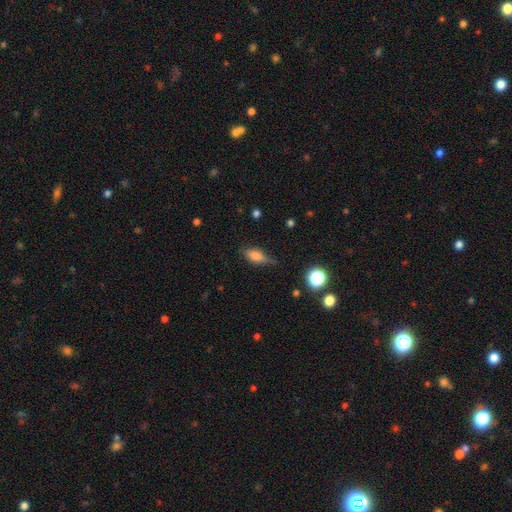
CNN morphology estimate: Overall: smooth (63%; featured or disk 27%). How rounded: in between (72%). Merging: none (62%; minor disturbance 28%).